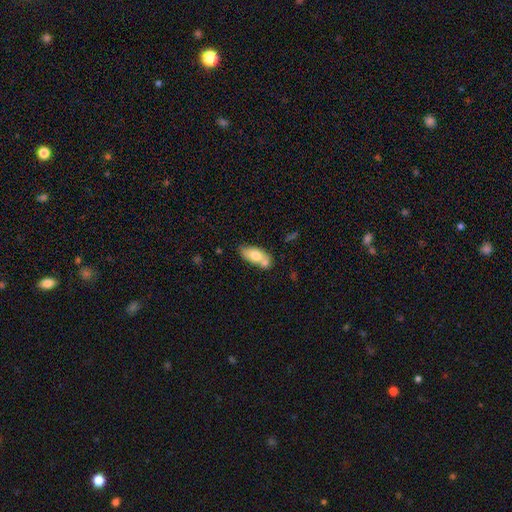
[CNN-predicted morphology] Smooth or featured? smooth (68%)
How rounded? in between (86%)
Merging? none (47%)